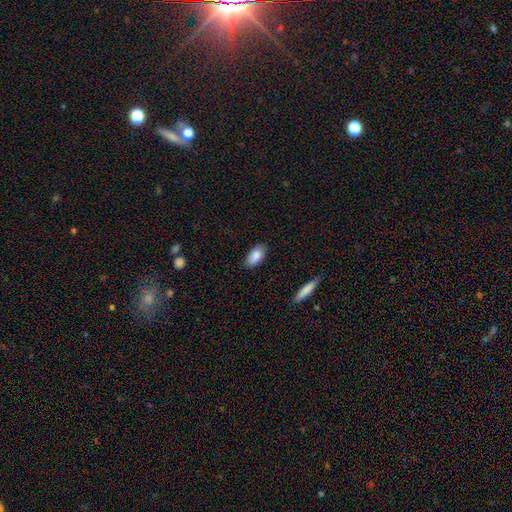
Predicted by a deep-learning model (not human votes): A smooth galaxy with no disk features (86%) that is in between round and cigar-shaped (93%). Merging: none (85%).